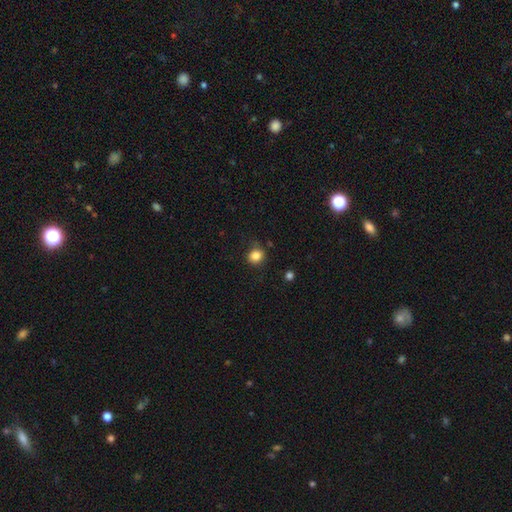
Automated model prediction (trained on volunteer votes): The model was most divided on "how rounded": round: 82%, in between: 18%, cigar-shaped: 1%. More confident: smooth or featured — smooth (84%); merging — none (81%).